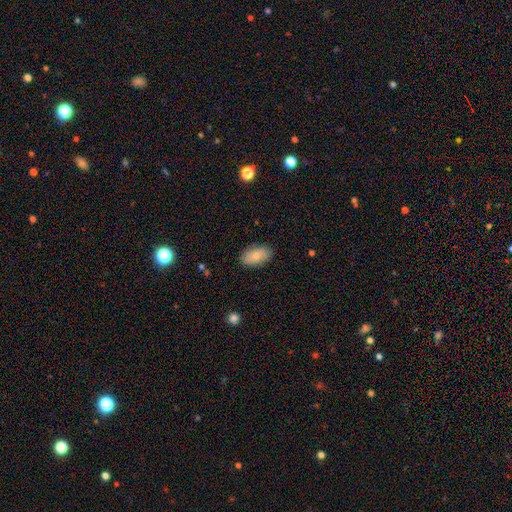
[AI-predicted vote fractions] Overall: smooth (82%). How rounded: in between (94%). Merging: none (87%).